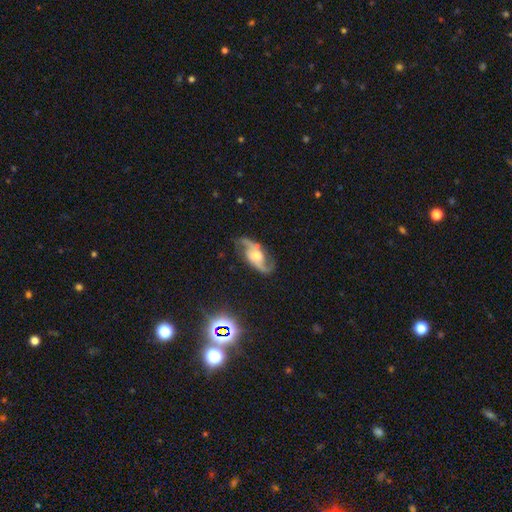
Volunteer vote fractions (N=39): Smooth or featured? featured or disk (90%)
Edge-on disk? no (89%)
Bar? no (65%)
Spiral arms? yes (94%)
Spiral winding? loose (52%)
Spiral arm count? 2 (93%)
Bulge size? moderate (42%)
Merging? none (76%)